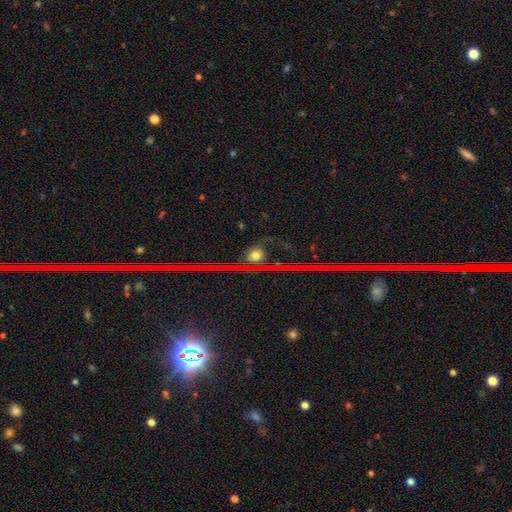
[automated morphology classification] A smooth galaxy with no disk features (45%).

Vote fractions:
- Smooth or featured? smooth: 45% / star or artifact: 36% / featured or disk: 19%
- Merging? none: 71% / minor disturbance: 16% / major disturbance: 9% / merger: 4%